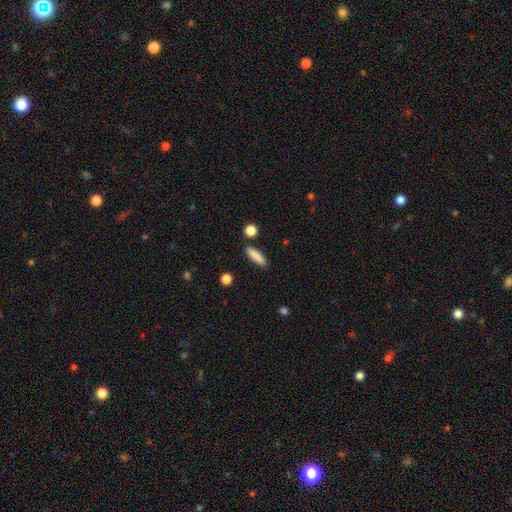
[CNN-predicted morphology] A smooth galaxy with no disk features (87%) that is cigar-shaped (68%). Merging: none (87%).